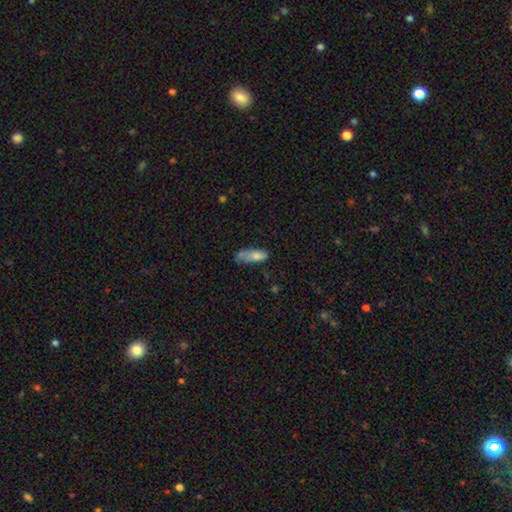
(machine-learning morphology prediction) smooth 71%, featured or disk 19%, star or artifact 9%. Down the decision tree: how rounded — in between (64%); merging — none (36%).